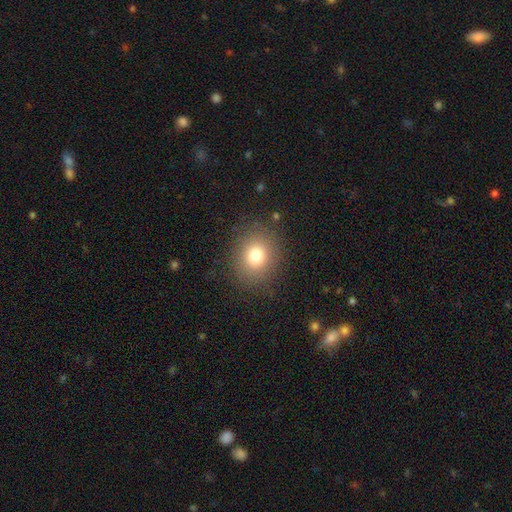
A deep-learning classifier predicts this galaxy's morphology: smooth_or_featured: smooth (p=0.78) [alt: star or artifact p=0.12]
how_rounded: round (p=0.69) [alt: in between p=0.31]
merging: none (p=0.85) [alt: minor disturbance p=0.09]